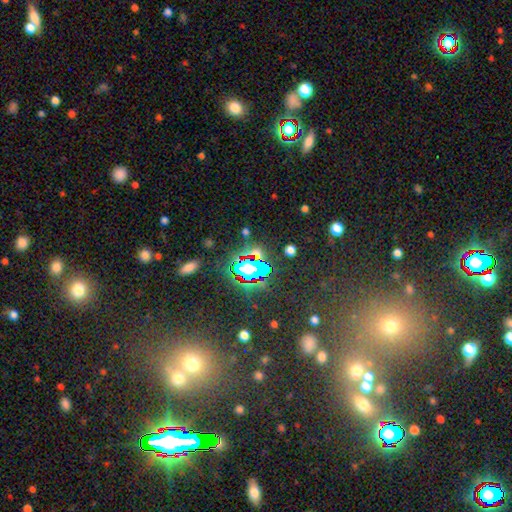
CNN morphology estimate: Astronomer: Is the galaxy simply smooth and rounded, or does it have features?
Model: star or artifact — 70%.